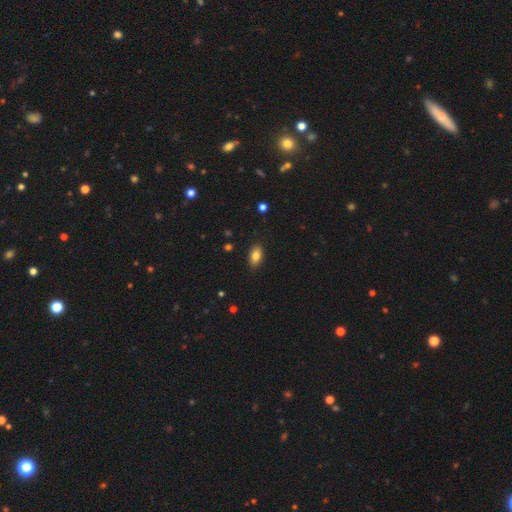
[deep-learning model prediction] Smooth or featured? Predicted: smooth (p=0.82). How rounded? Predicted: in between (p=0.90). Merging? Predicted: none (p=0.87).